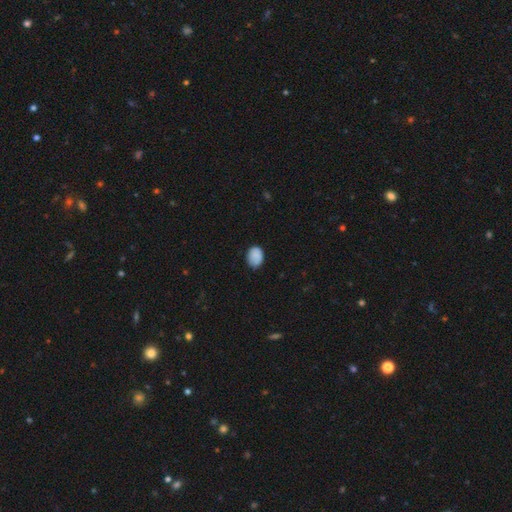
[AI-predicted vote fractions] smooth_or_featured: smooth (p=0.86) [alt: star or artifact p=0.08]
how_rounded: in between (p=0.67) [alt: round p=0.32]
merging: none (p=0.74) [alt: minor disturbance p=0.21]